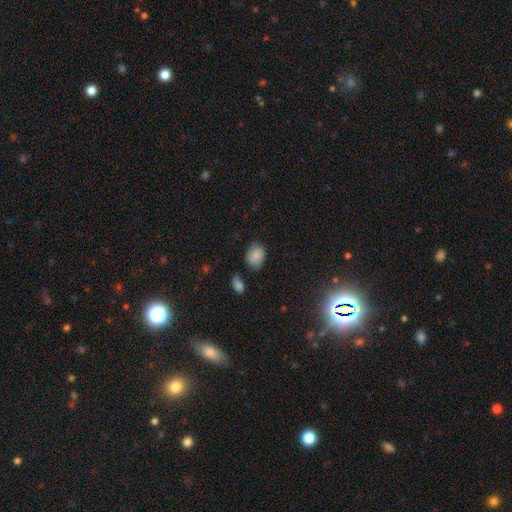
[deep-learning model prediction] smooth 76%, featured or disk 15%, star or artifact 9%. Down the decision tree: how rounded — in between (57%); merging — none (65%).